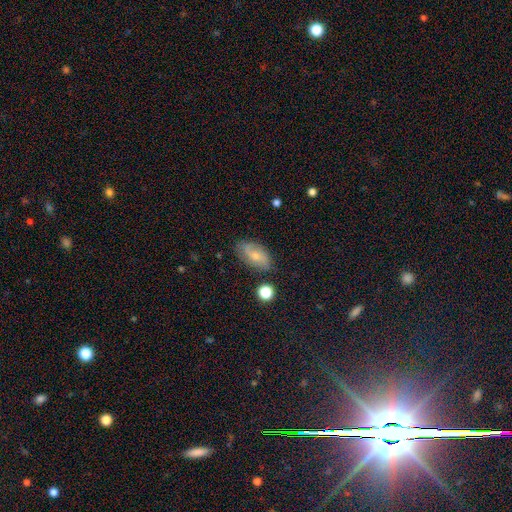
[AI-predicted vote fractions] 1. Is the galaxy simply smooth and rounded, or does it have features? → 47% smooth, 44% featured or disk, 9% star or artifact.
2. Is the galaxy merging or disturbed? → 74% none, 19% minor disturbance, 5% major disturbance, 3% merger.